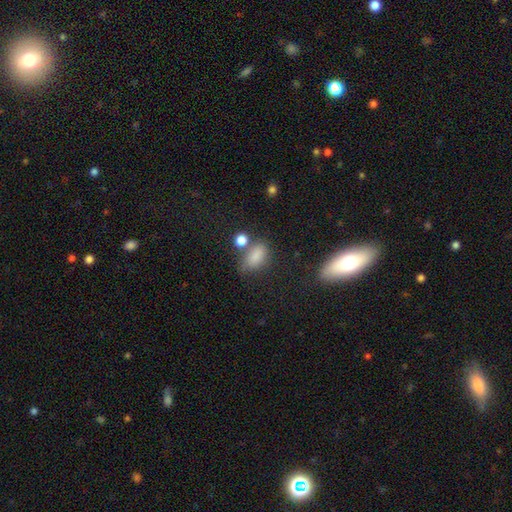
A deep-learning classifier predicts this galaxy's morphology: The model was most divided on "merging": none: 52%, minor disturbance: 22%, merger: 16%, major disturbance: 9%. More confident: how rounded — in between (83%); smooth or featured — smooth (81%).